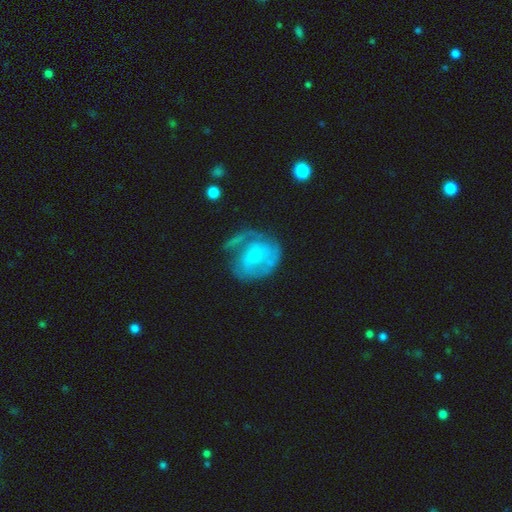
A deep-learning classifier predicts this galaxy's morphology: type=featured or disk (69%); edge-on=no (98%); bar=no (59%); spiral arms=yes (79%); winding=tight (45%); arm count=2 (38%); bulge=none (32%, tied with small); merging=none (52%).